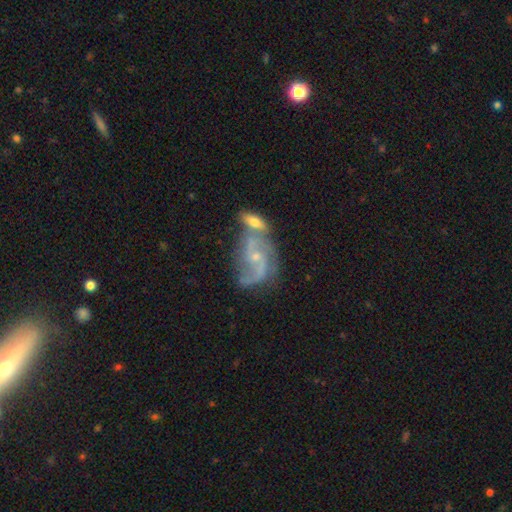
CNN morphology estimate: type=featured or disk (84%); edge-on=no (97%); bar=no (50%); spiral arms=yes (94%); winding=medium (46%); arm count=2 (74%); bulge=small (68%); merging=merger (53%).